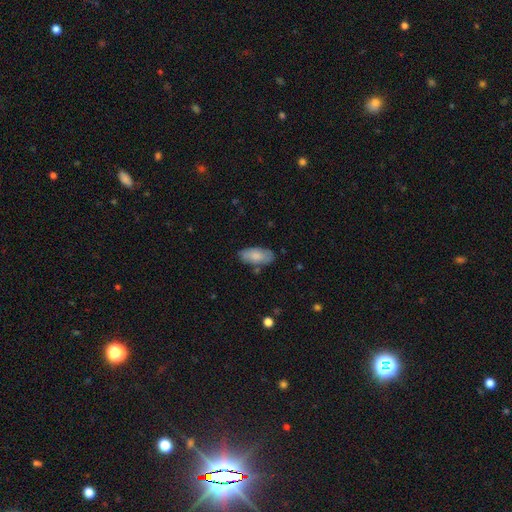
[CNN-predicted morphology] smooth_or_featured: smooth (p=0.75) [alt: featured or disk p=0.19]
how_rounded: in between (p=0.91) [alt: cigar-shaped p=0.06]
merging: none (p=0.75) [alt: minor disturbance p=0.18]